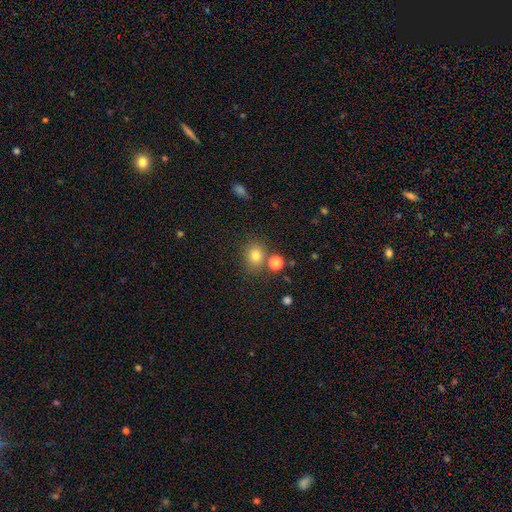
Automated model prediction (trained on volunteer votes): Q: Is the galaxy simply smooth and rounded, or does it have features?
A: smooth — 79%.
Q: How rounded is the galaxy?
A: round — 71%.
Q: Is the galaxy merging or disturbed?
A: none — 73%.